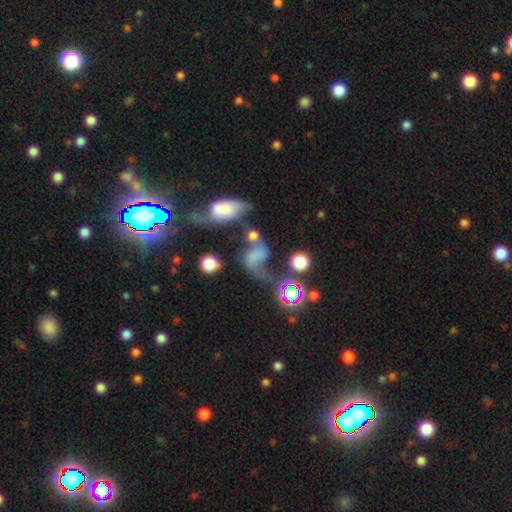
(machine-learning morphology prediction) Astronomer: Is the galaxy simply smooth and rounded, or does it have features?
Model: featured or disk — 44% (runner-up: smooth, 37%).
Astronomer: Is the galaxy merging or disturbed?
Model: merger — 38% (runner-up: major disturbance, 29%).